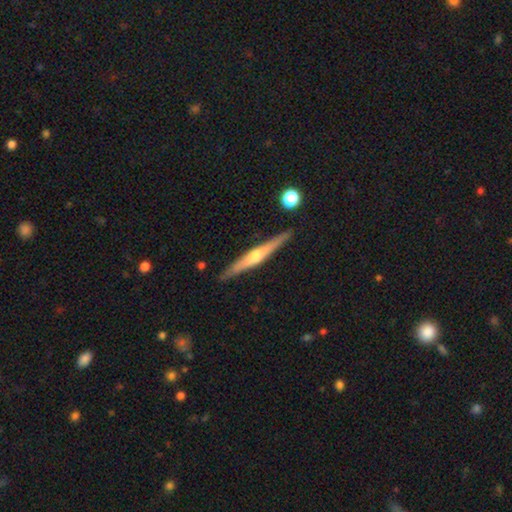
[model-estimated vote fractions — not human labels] Overall: featured or disk (68%). Edge-on disk: yes (97%). Edge-on bulge: rounded (85%). Merging: none (89%).